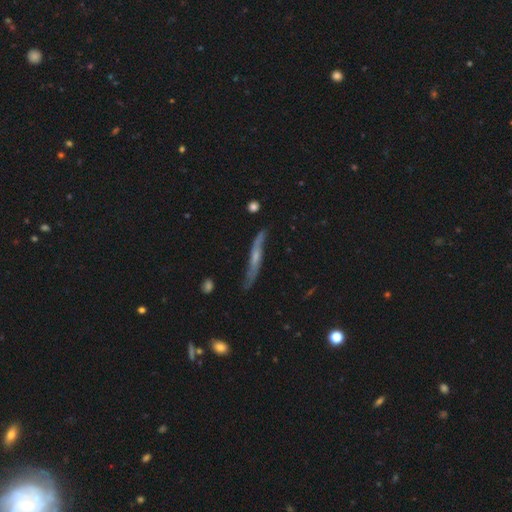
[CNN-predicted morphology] Smooth or featured? featured or disk (66%)
Edge-on disk? yes (70%)
Merging? none (67%)